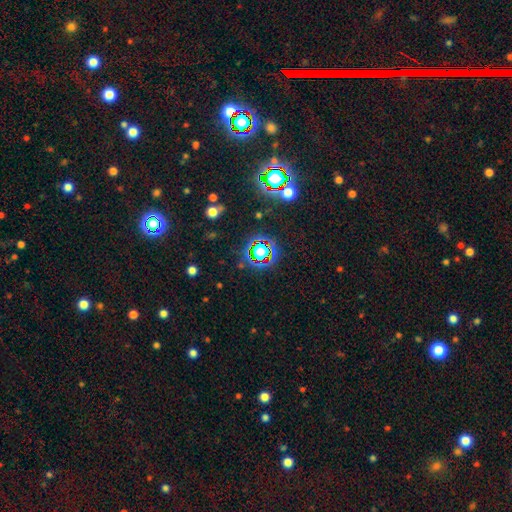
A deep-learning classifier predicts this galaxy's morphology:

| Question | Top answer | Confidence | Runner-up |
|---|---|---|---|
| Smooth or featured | star or artifact | 71% | smooth (18%) |